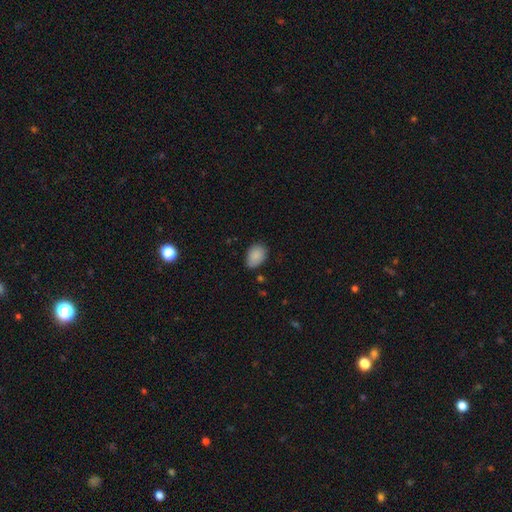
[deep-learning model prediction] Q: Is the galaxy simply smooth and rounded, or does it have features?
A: smooth — 88%.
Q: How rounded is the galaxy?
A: in between — 82%.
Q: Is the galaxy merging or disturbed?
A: none — 74%.